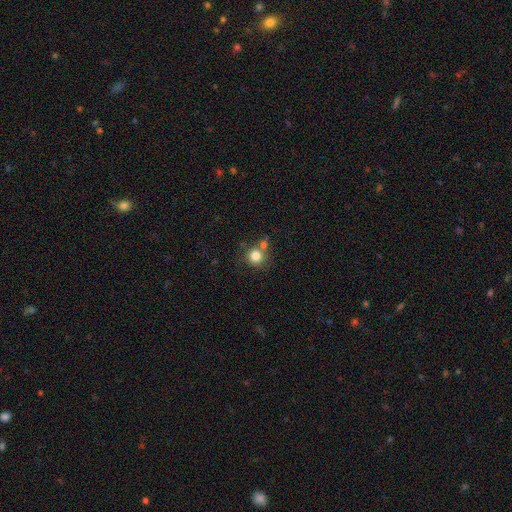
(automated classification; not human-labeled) This is clearly a smooth galaxy (81%). How rounded: clearly round (90%). Merging: possibly none (58%).